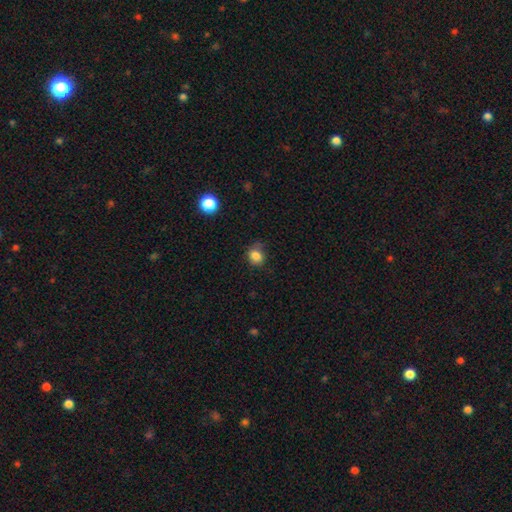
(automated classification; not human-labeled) Smooth or featured: smooth — 83% (star or artifact — 11%)
How rounded: round — 69% (in between — 30%)
Merging: none — 65% (minor disturbance — 26%)